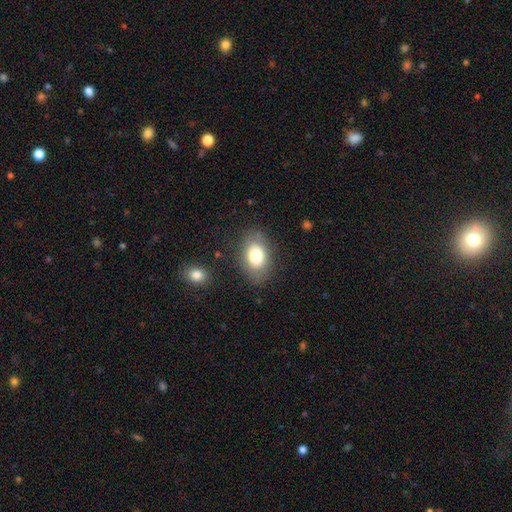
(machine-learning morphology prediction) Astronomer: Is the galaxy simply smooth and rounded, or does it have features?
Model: smooth — 75%.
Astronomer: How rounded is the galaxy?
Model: in between — 84%.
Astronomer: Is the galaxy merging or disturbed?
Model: none — 80%.